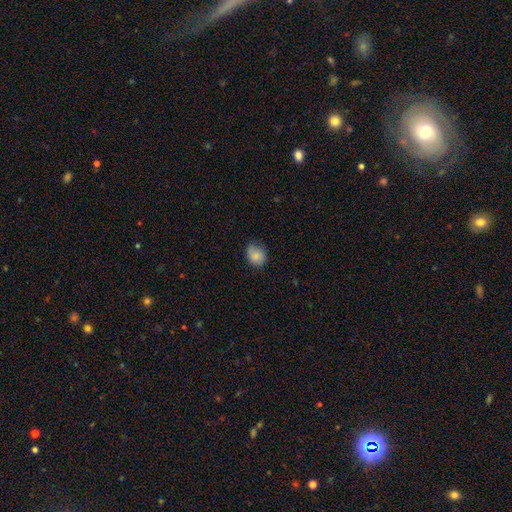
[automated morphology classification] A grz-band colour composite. It shows a smooth galaxy with no disk features (83%) that is round (65%). Merging: none (67%).